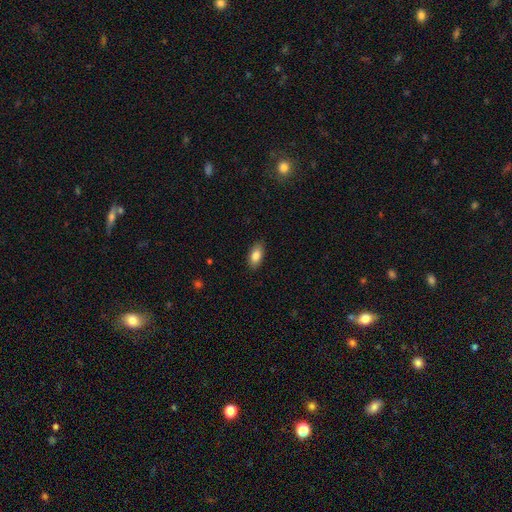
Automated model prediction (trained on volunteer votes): smooth-or-featured: smooth: 84% | featured or disk: 9% | star or artifact: 7%
  how-rounded: in between: 90% | cigar-shaped: 7% | round: 4%
  merging: none: 87% | minor disturbance: 10% | major disturbance: 2% | merger: 1%